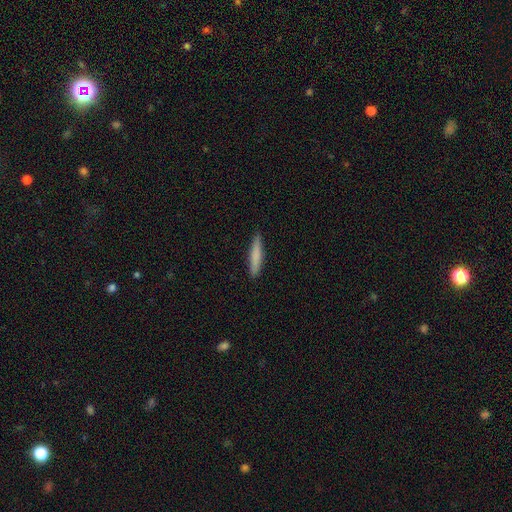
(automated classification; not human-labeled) A smooth galaxy with no disk features (78%) that is cigar-shaped (92%). Merging: none (90%).